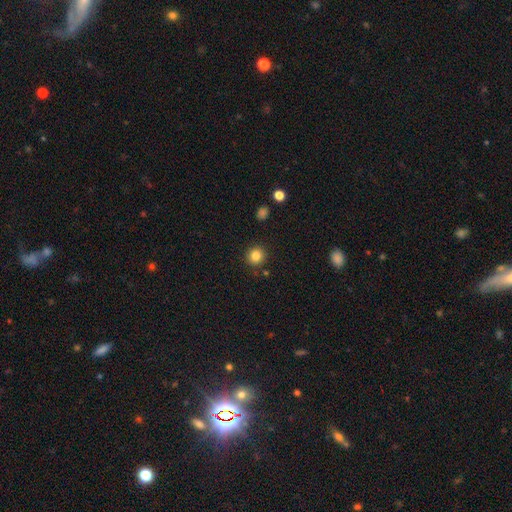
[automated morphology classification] A smooth galaxy with no disk features (84%) that is round (92%). Merging: none (89%).